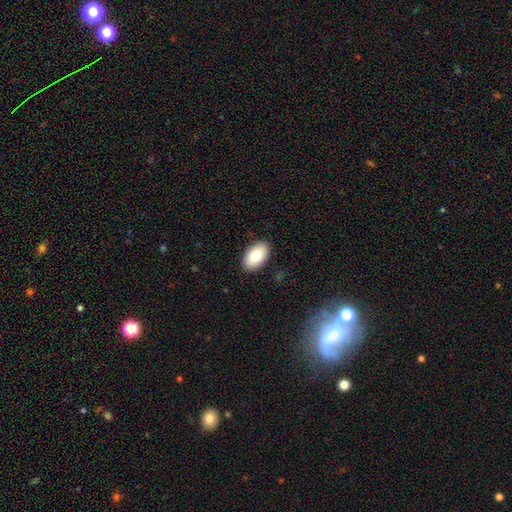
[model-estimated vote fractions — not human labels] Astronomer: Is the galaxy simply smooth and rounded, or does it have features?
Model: smooth — 83%.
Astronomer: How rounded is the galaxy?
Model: in between — 94%.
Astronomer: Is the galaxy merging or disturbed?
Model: none — 89%.